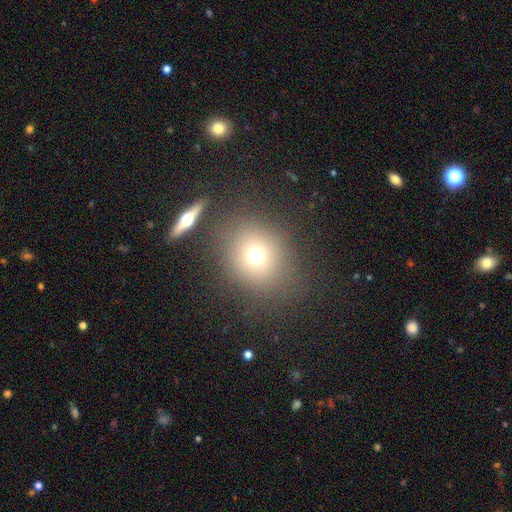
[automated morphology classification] Smooth or featured? Predicted: smooth (p=0.68). How rounded? Predicted: round (p=0.73). Merging? Predicted: none (p=0.77).